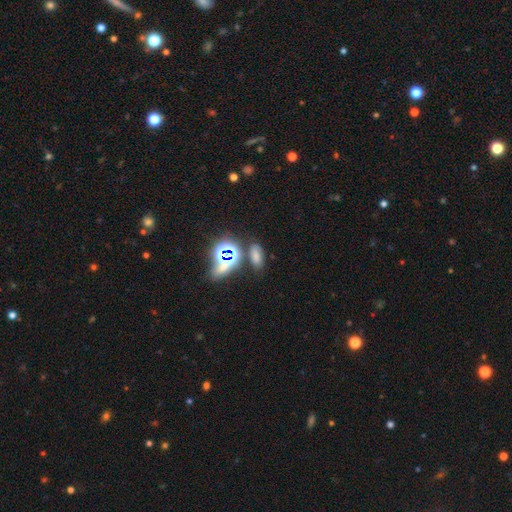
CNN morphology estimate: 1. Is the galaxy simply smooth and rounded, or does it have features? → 55% smooth, 35% star or artifact, 10% featured or disk.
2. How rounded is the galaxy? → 83% in between, 12% round, 5% cigar-shaped.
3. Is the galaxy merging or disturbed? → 70% none, 14% minor disturbance, 10% merger, 6% major disturbance.